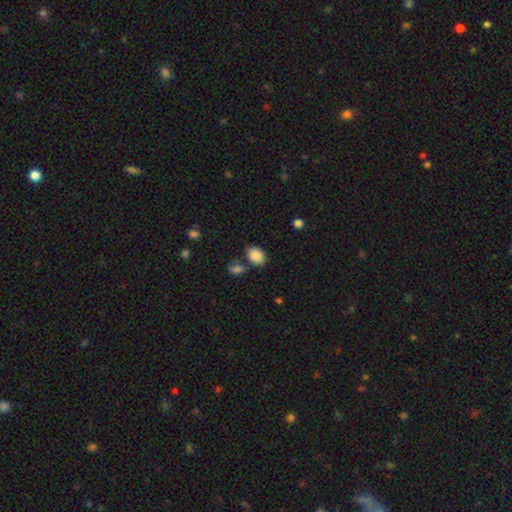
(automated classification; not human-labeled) smooth-or-featured: smooth: 87% | star or artifact: 8% | featured or disk: 5%
  how-rounded: in between: 74% | round: 25% | cigar-shaped: 1%
  merging: none: 65% | minor disturbance: 17% | merger: 14% | major disturbance: 5%